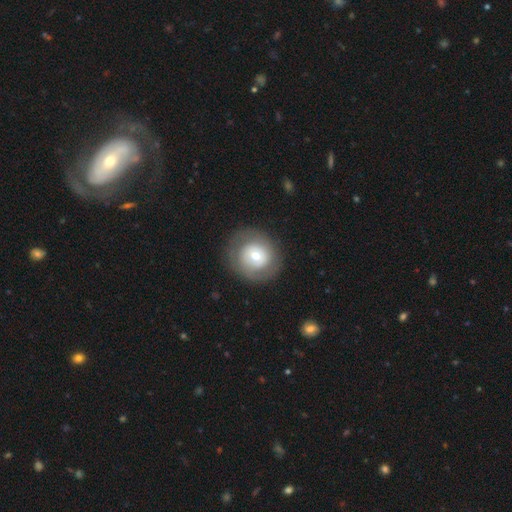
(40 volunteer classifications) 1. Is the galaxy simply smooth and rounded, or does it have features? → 60% featured or disk, 28% smooth, 12% star or artifact.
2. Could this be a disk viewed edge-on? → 92% no, 8% yes.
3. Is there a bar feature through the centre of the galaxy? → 86% no, 9% weak, 5% strong.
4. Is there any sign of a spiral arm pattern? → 64% yes, 36% no.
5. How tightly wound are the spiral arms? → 50% medium, 36% tight, 14% loose.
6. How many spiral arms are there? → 71% 2, 21% can't tell, 7% 1, 0% 3, 0% 4, 0% more than 4.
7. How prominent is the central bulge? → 64% small, 32% moderate, 5% dominant, 0% large, 0% none.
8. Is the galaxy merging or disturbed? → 69% none, 20% minor disturbance, 11% major disturbance, 0% merger.